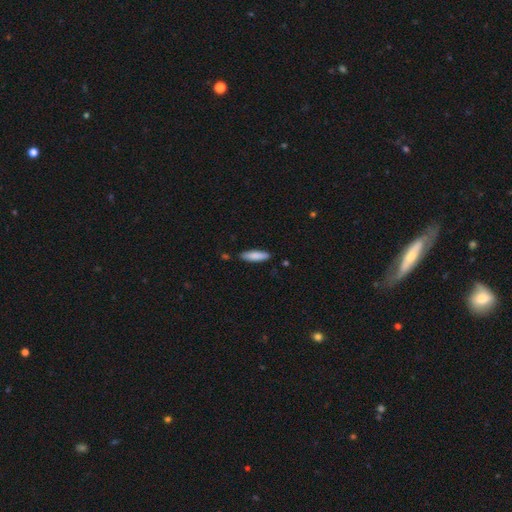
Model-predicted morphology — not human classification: smooth-or-featured: smooth: 85% | featured or disk: 9% | star or artifact: 6%
  how-rounded: cigar-shaped: 63% | in between: 36% | round: 1%
  merging: none: 84% | minor disturbance: 11% | merger: 2% | major disturbance: 2%